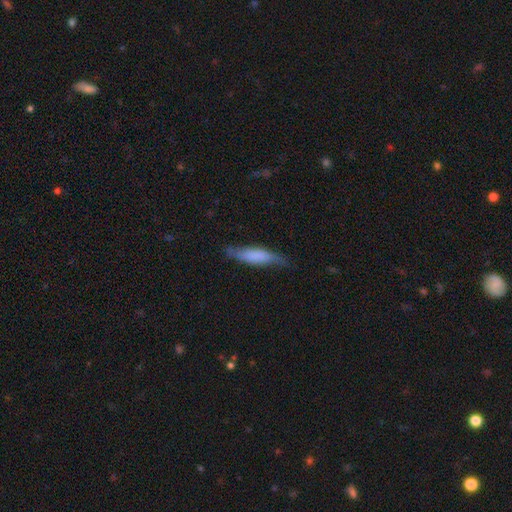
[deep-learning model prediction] Smooth or featured?
  - smooth: 63% *
  - featured or disk: 30%
  - star or artifact: 7%
How rounded?
  - cigar-shaped: 72% *
  - in between: 26%
  - round: 2%
Merging?
  - none: 67% *
  - minor disturbance: 25%
  - major disturbance: 6%
  - merger: 2%